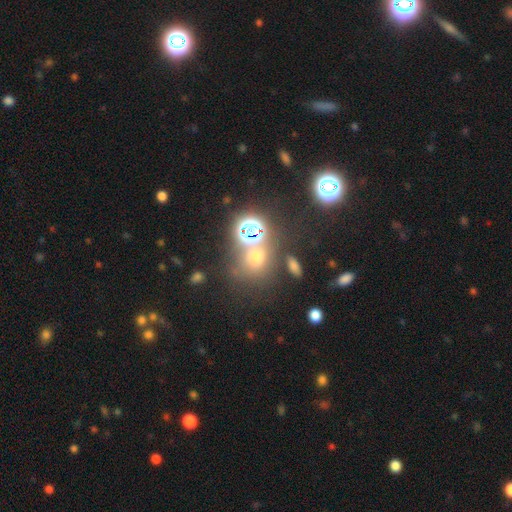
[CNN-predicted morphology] A smooth galaxy with no disk features (51%) that is round (73%). Merging: none (61%).